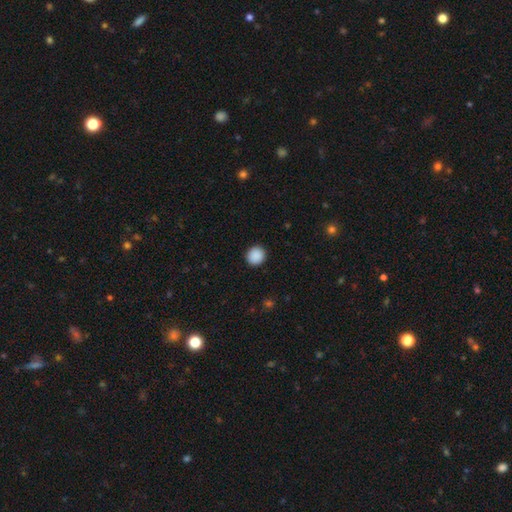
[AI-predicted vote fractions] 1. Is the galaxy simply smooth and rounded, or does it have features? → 90% smooth, 8% star or artifact, 2% featured or disk.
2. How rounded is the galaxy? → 92% round, 7% in between, 1% cigar-shaped.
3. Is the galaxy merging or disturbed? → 93% none, 5% minor disturbance, 2% major disturbance, 1% merger.